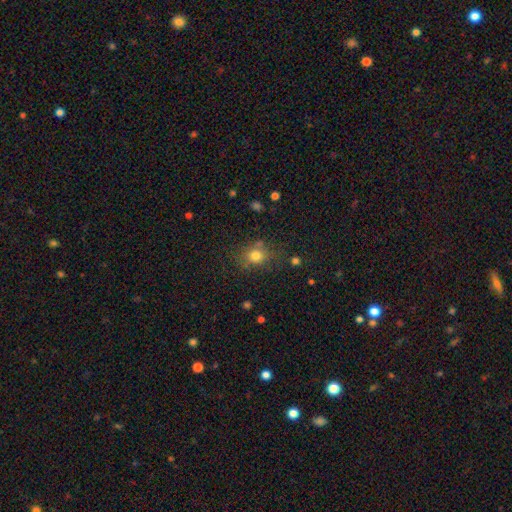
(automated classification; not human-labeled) smooth 77%, star or artifact 14%, featured or disk 9%. Down the decision tree: how rounded — round (67%); merging — none (72%).